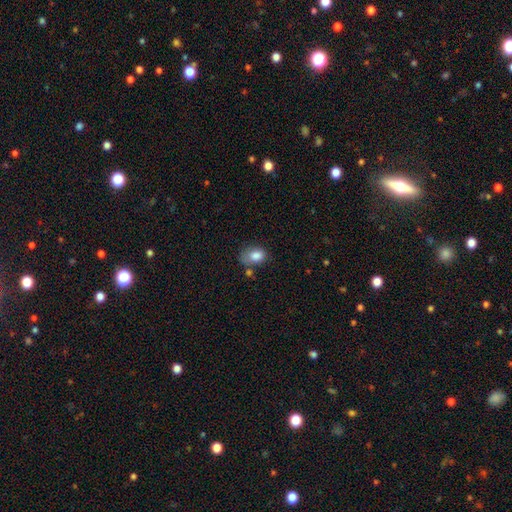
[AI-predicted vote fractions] Smooth or featured?
  - smooth: 82% *
  - featured or disk: 10%
  - star or artifact: 9%
How rounded?
  - in between: 73% *
  - round: 26%
  - cigar-shaped: 1%
Merging?
  - none: 42% *
  - minor disturbance: 31%
  - major disturbance: 16%
  - merger: 12%